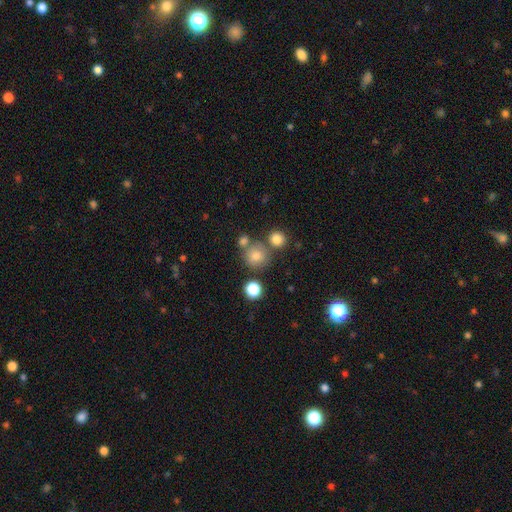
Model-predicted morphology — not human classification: A smooth galaxy with no disk features (75%) that is round (90%). Merging: none (69%).